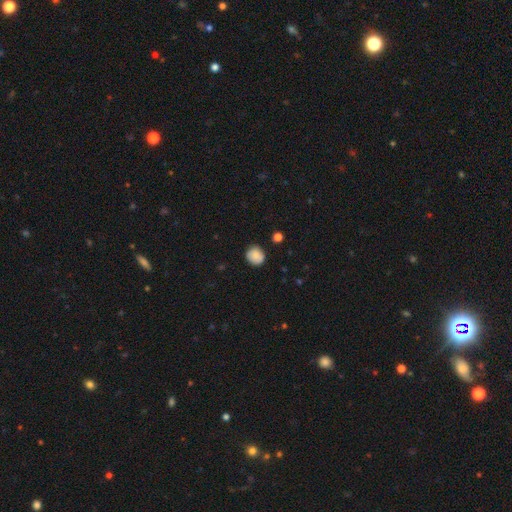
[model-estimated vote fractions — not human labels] A smooth galaxy with no disk features (81%) that is round (80%). Merging: none (80%).